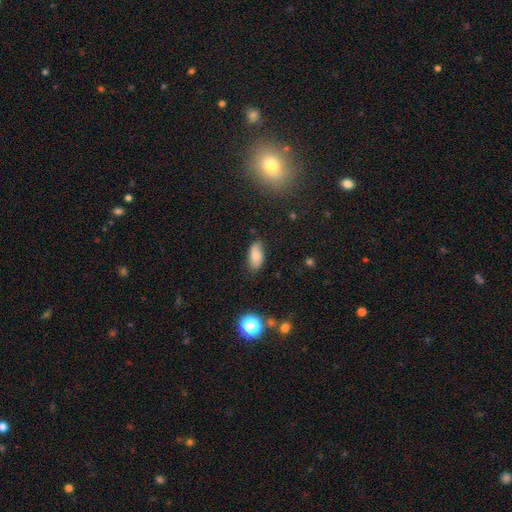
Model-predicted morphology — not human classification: Smooth or featured? smooth (77%)
How rounded? in between (92%)
Merging? none (78%)